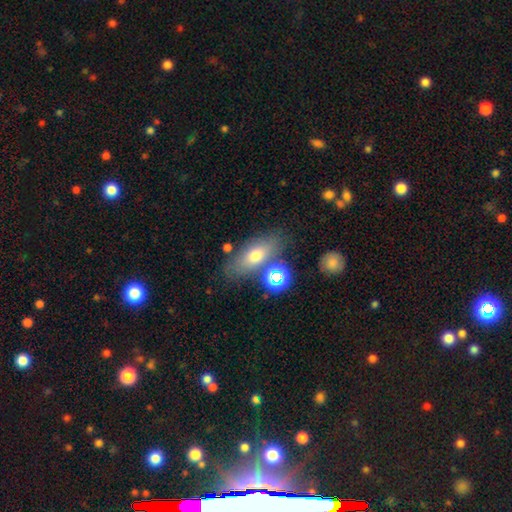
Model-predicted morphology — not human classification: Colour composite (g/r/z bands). It shows a smooth galaxy with no disk features (66%) that is in between round and cigar-shaped (76%). Merging: none (70%).